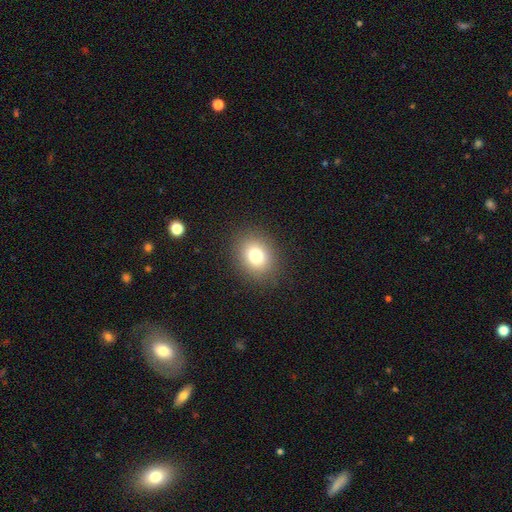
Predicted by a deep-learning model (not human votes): The model was most divided on "how rounded": round: 59%, in between: 40%, cigar-shaped: 1%. More confident: merging — none (88%); smooth or featured — smooth (77%).